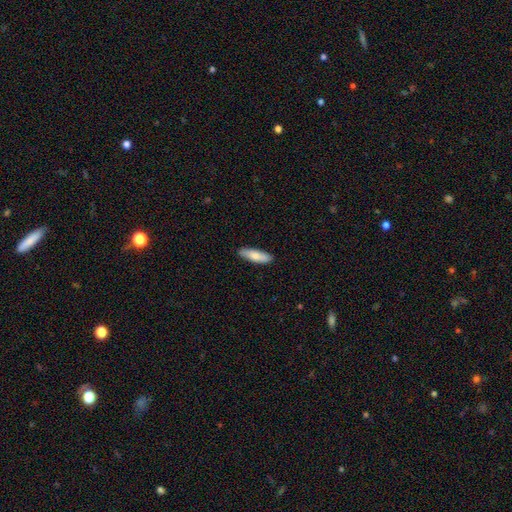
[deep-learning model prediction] Smooth or featured: smooth — 78% (featured or disk — 16%)
How rounded: cigar-shaped — 52% (in between — 46%)
Merging: none — 89% (minor disturbance — 9%)